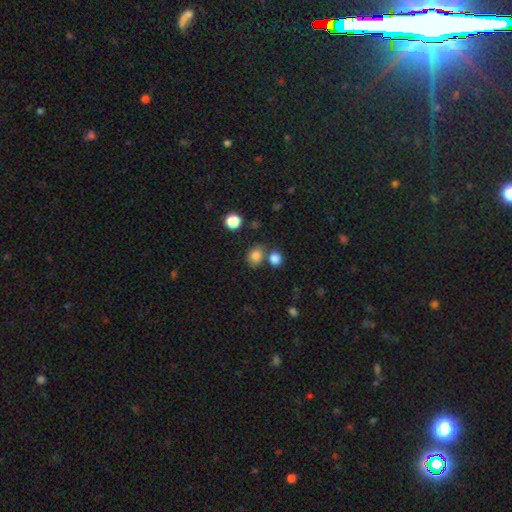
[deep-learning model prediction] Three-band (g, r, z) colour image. It shows a smooth galaxy with no disk features (82%) that is round (61%). Merging: none (63%).